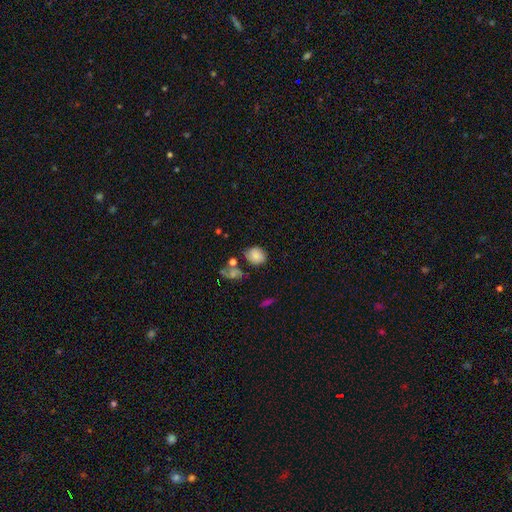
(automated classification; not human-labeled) Q: Smooth or featured?
A: smooth (78%); runner-up: featured or disk (11%)
Q: How rounded?
A: round (64%); runner-up: in between (35%)
Q: Merging?
A: none (64%); runner-up: minor disturbance (20%)